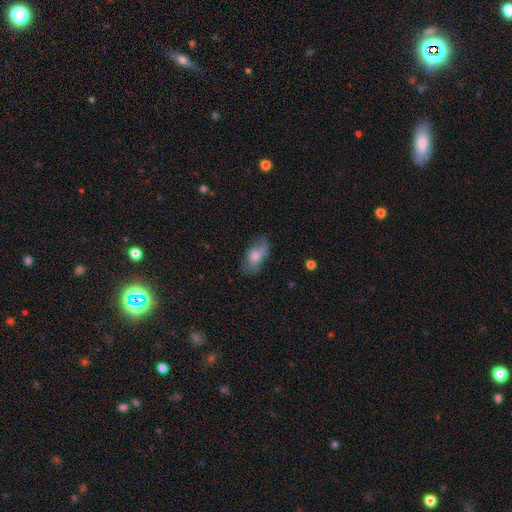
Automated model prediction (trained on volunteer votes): Smooth or featured: smooth — 67% (featured or disk — 25%)
How rounded: in between — 90% (cigar-shaped — 6%)
Merging: none — 55% (minor disturbance — 29%)